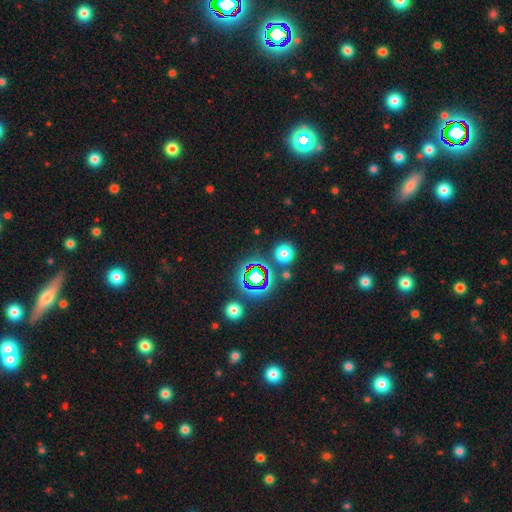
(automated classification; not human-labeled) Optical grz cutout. It shows a star or artifact, not a galaxy (67%).